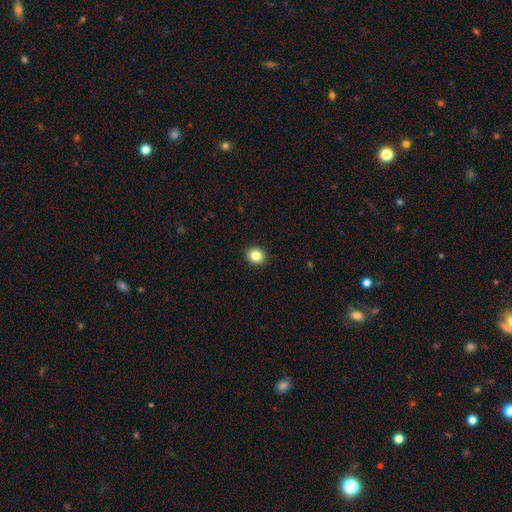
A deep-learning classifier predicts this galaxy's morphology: Q: Smooth or featured?
A: smooth (84%); runner-up: star or artifact (10%)
Q: How rounded?
A: round (78%); runner-up: in between (21%)
Q: Merging?
A: none (92%); runner-up: minor disturbance (5%)